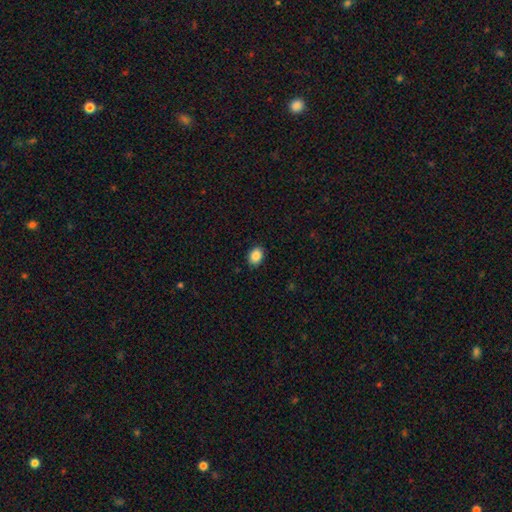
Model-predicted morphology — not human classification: Q: Smooth or featured?
A: smooth (88%); runner-up: star or artifact (8%)
Q: How rounded?
A: in between (73%); runner-up: round (26%)
Q: Merging?
A: none (88%); runner-up: minor disturbance (9%)